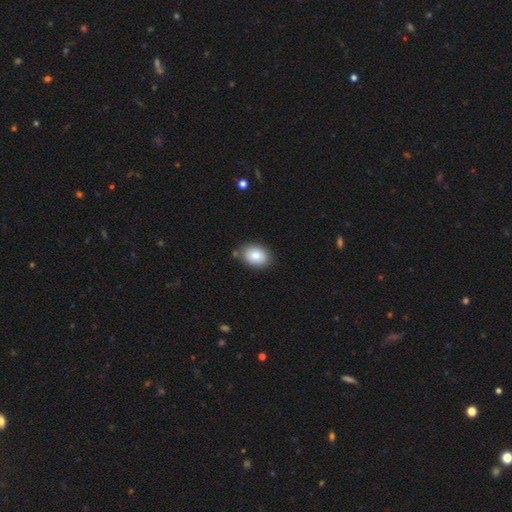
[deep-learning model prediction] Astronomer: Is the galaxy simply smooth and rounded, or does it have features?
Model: smooth — 82%.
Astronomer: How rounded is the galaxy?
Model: in between — 78%.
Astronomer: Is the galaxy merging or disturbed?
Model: none — 81%.